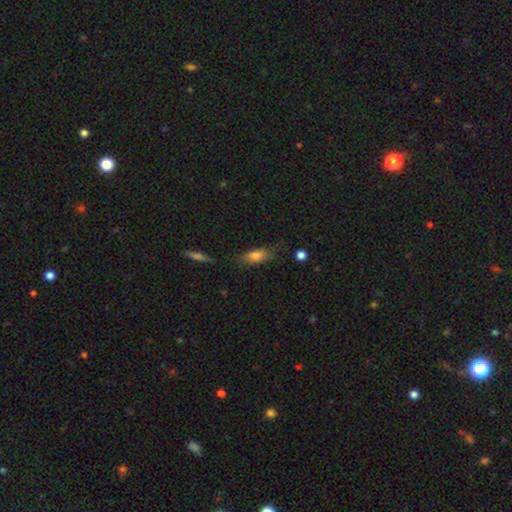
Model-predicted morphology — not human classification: smooth-or-featured: smooth: 77% | featured or disk: 15% | star or artifact: 8%
  how-rounded: in between: 75% | cigar-shaped: 21% | round: 4%
  merging: none: 67% | minor disturbance: 23% | major disturbance: 7% | merger: 3%